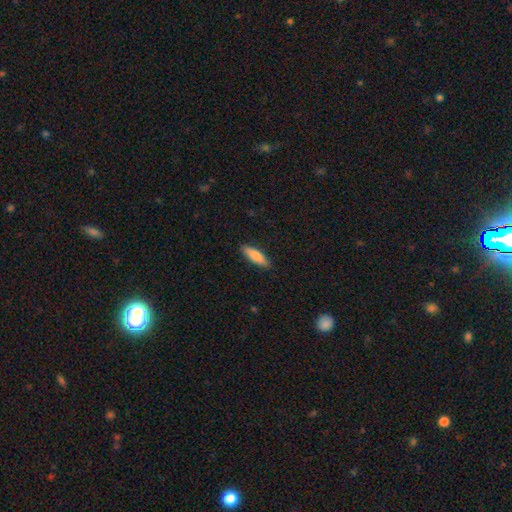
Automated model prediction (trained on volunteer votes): Smooth or featured? smooth (79%)
How rounded? cigar-shaped (59%)
Merging? none (89%)